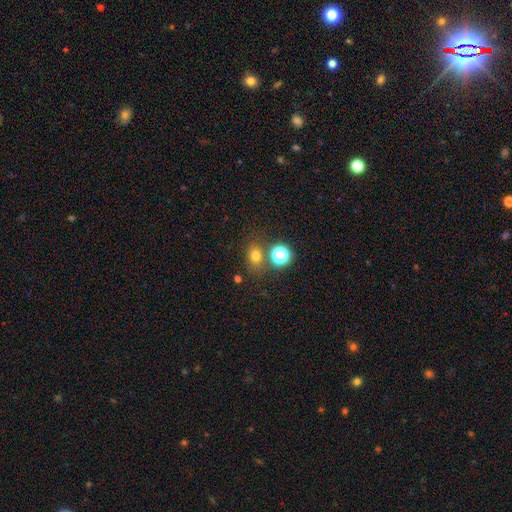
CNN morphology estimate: type=smooth (70%); roundness=round (53%); merging=none (70%).